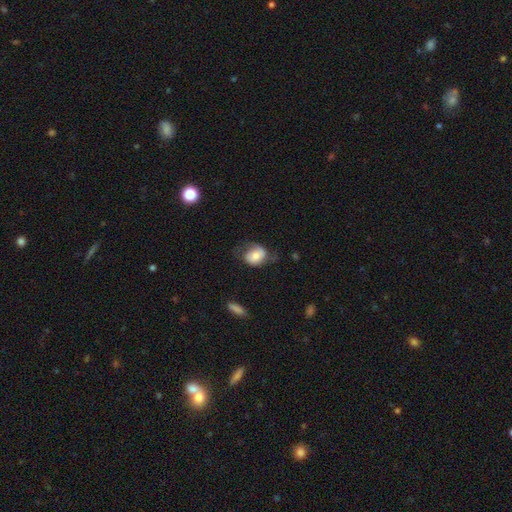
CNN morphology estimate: Smooth or featured?
  - smooth: 63% *
  - featured or disk: 30%
  - star or artifact: 8%
How rounded?
  - in between: 53% *
  - round: 46%
  - cigar-shaped: 1%
Merging?
  - none: 49% *
  - minor disturbance: 29%
  - major disturbance: 19%
  - merger: 2%